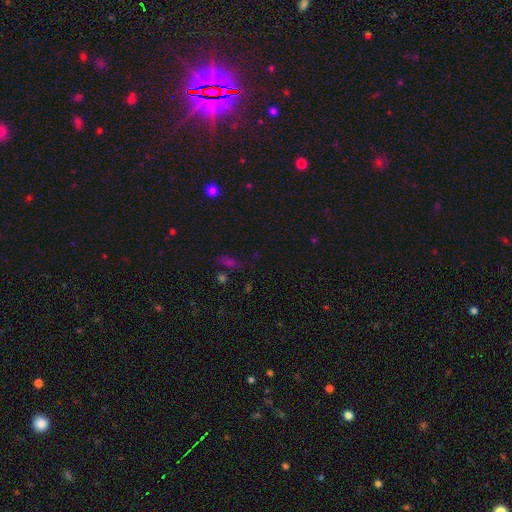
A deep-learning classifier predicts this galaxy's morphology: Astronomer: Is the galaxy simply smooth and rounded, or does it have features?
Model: star or artifact — 47% (runner-up: smooth, 44%).